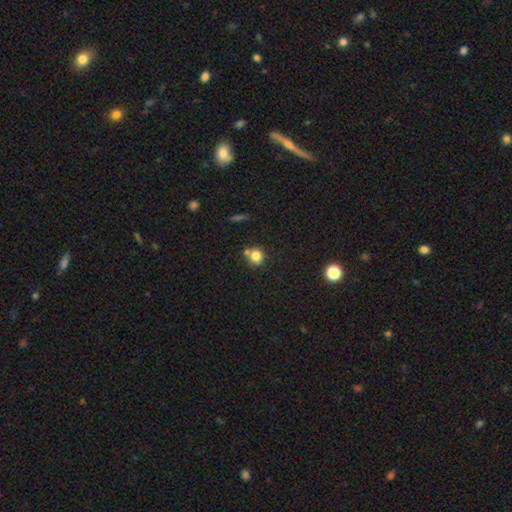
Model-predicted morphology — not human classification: A smooth galaxy with no disk features (79%) that is round (82%). Merging: none (59%).